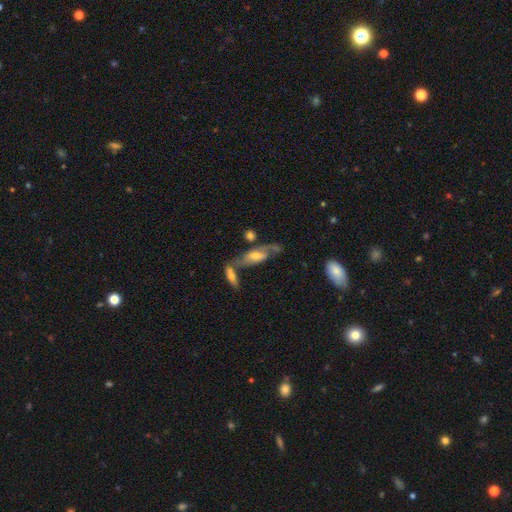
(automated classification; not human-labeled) Morphology: type=featured or disk (66%); edge-on=no (79%); bar=no (41%); spiral arms=yes (80%); bulge=moderate (52%); merging=none (48%).